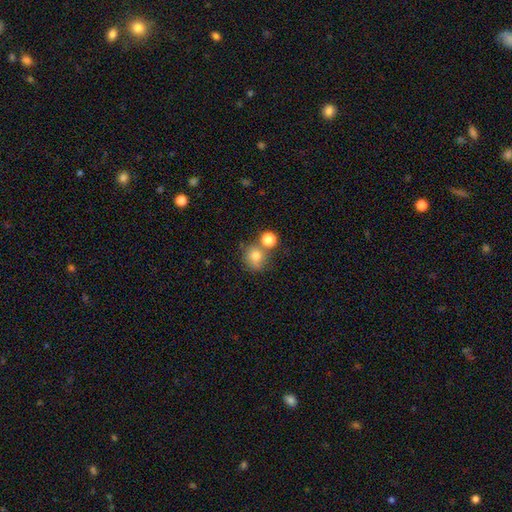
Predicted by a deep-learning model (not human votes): Smooth or featured: smooth — 78% (star or artifact — 12%)
How rounded: round — 83% (in between — 16%)
Merging: none — 56% (merger — 26%)